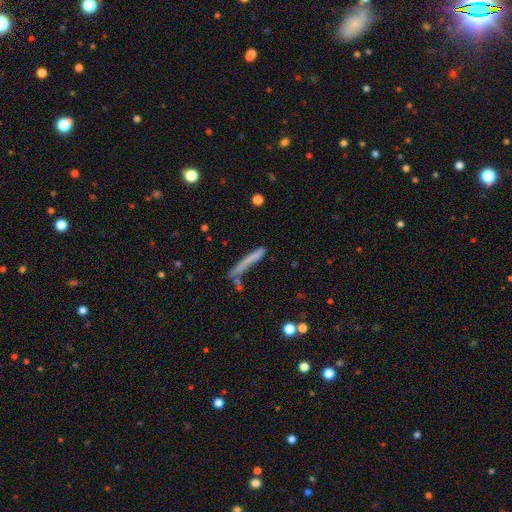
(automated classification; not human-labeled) Overall: smooth (64%; featured or disk 27%). How rounded: cigar-shaped (93%). Merging: none (57%; minor disturbance 21%).